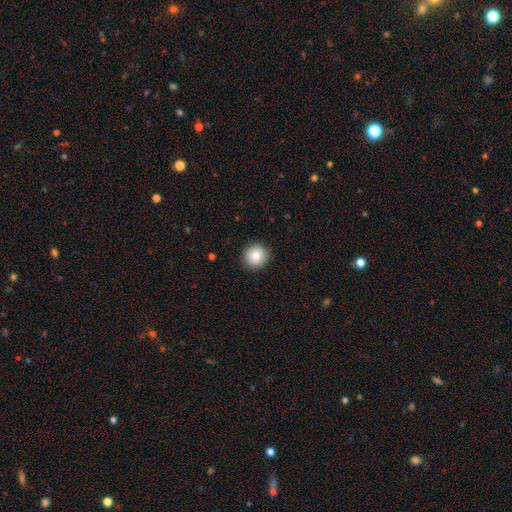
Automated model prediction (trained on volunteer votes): smooth-or-featured: smooth: 85% | star or artifact: 8% | featured or disk: 6%
  how-rounded: round: 94% | in between: 5% | cigar-shaped: 1%
  merging: none: 92% | minor disturbance: 5% | major disturbance: 2% | merger: 1%